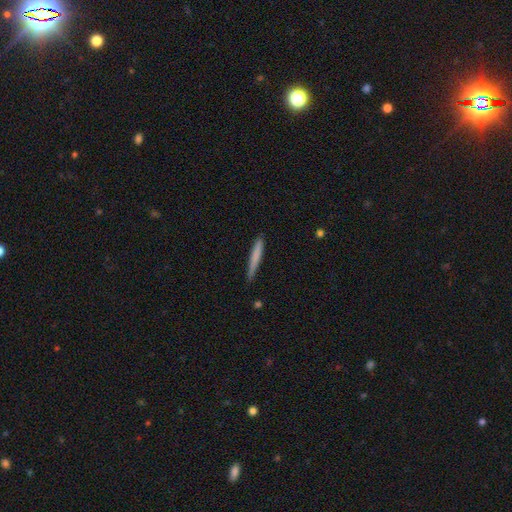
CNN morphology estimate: Q: Smooth or featured?
A: smooth (74%); runner-up: featured or disk (21%)
Q: How rounded?
A: cigar-shaped (96%); runner-up: in between (3%)
Q: Merging?
A: none (82%); runner-up: minor disturbance (14%)